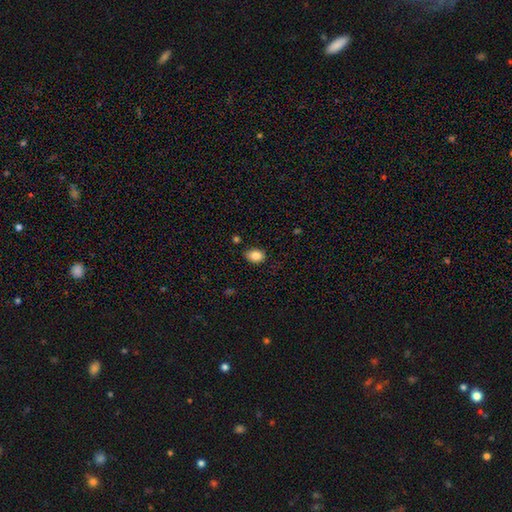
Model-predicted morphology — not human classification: Smooth or featured? Predicted: smooth (p=0.85). How rounded? Predicted: in between (p=0.72). Merging? Predicted: none (p=0.82).